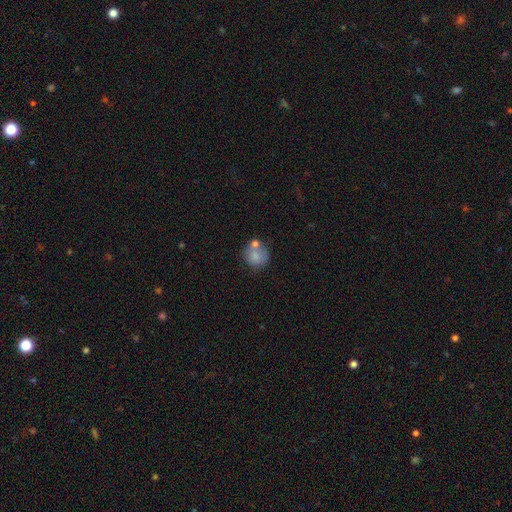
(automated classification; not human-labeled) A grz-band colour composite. It shows a smooth galaxy with no disk features (74%) that is round (83%). Merging: none (50%).